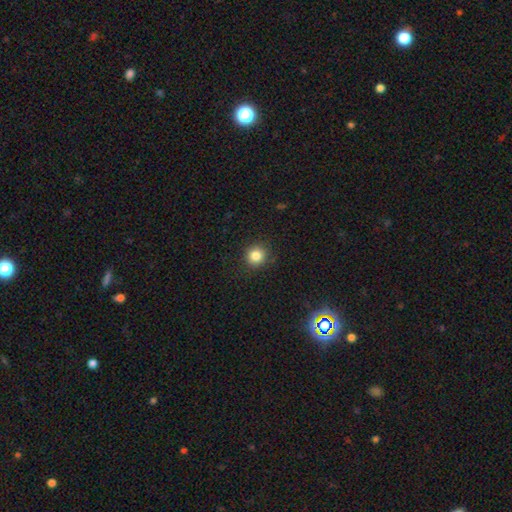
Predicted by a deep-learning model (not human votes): smooth_or_featured: smooth (p=0.83) [alt: star or artifact p=0.12]
how_rounded: round (p=0.90) [alt: in between p=0.09]
merging: none (p=0.89) [alt: minor disturbance p=0.08]